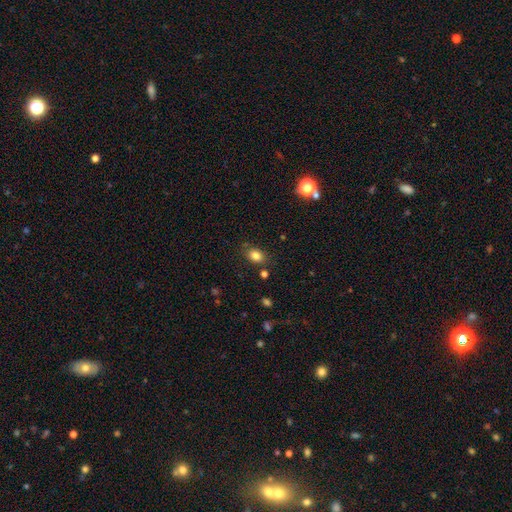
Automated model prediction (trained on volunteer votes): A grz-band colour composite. It shows a smooth galaxy with no disk features (82%) that is in between round and cigar-shaped (68%). Merging: none (81%).